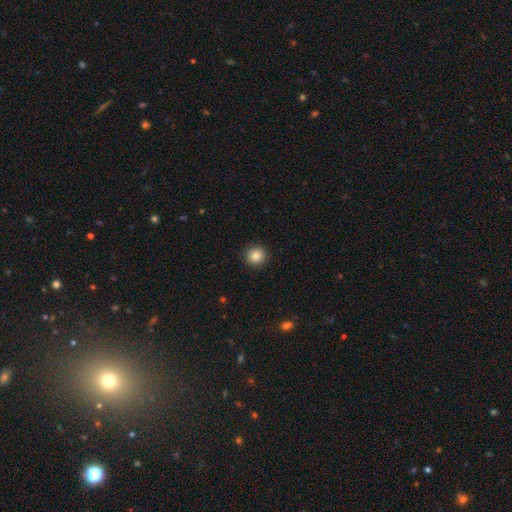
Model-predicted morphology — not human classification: Smooth or featured? Predicted: smooth (p=0.83). How rounded? Predicted: round (p=0.93). Merging? Predicted: none (p=0.91).